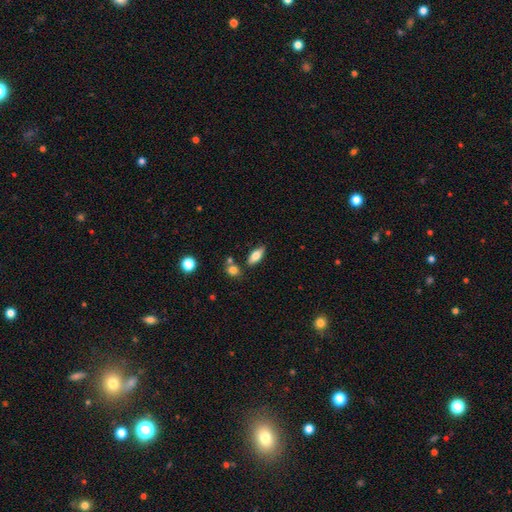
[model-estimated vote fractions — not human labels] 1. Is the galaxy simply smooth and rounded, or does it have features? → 73% smooth, 19% featured or disk, 8% star or artifact.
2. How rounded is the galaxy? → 80% in between, 17% cigar-shaped, 3% round.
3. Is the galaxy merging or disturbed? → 78% none, 12% minor disturbance, 7% merger, 3% major disturbance.